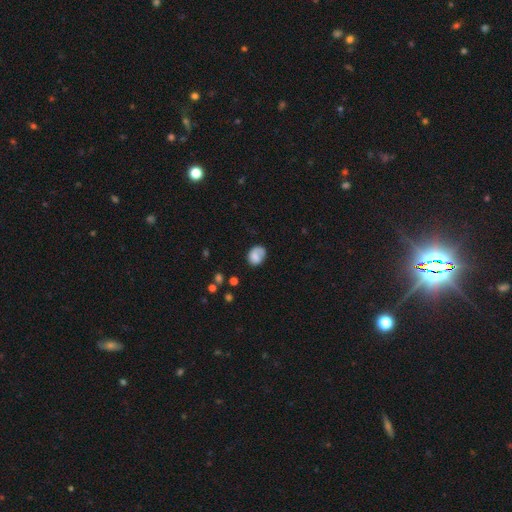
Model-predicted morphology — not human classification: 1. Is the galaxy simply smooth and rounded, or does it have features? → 71% smooth, 20% featured or disk, 8% star or artifact.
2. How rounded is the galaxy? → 53% in between, 46% round, 1% cigar-shaped.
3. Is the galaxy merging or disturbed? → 53% none, 27% minor disturbance, 15% major disturbance, 5% merger.